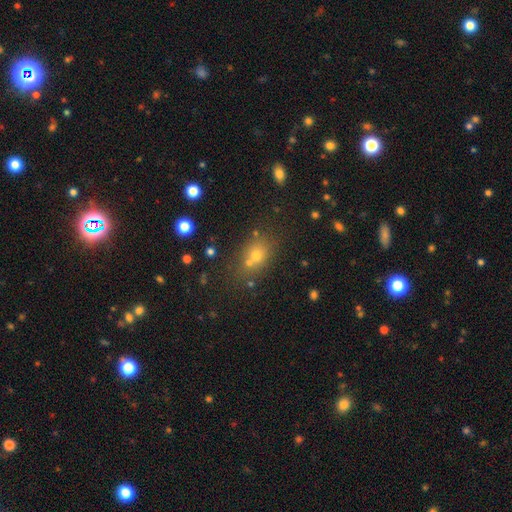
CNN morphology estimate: Overall: smooth (64%). How rounded: round (55%; in between 43%). Merging: none (57%; merger 27%).